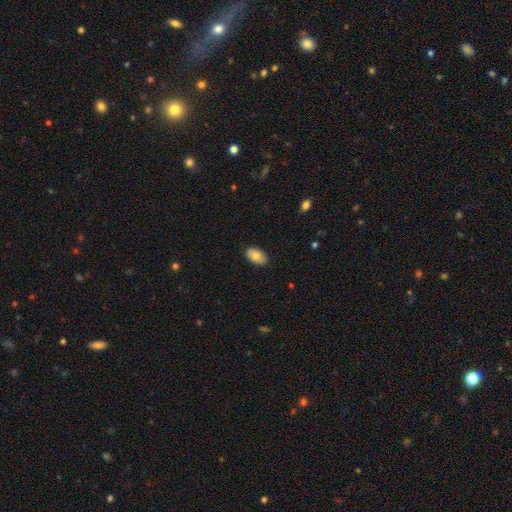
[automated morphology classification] This appears to be a smooth galaxy with no disk features (77%) that is in between round and cigar-shaped (92%). Merging: none (87%).